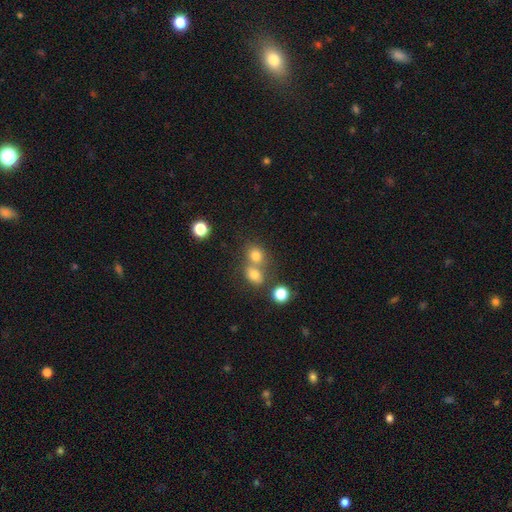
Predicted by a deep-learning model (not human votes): smooth-or-featured: smooth: 76% | star or artifact: 15% | featured or disk: 9%
  how-rounded: round: 68% | in between: 30% | cigar-shaped: 1%
  merging: none: 45% | merger: 43% | minor disturbance: 8% | major disturbance: 4%